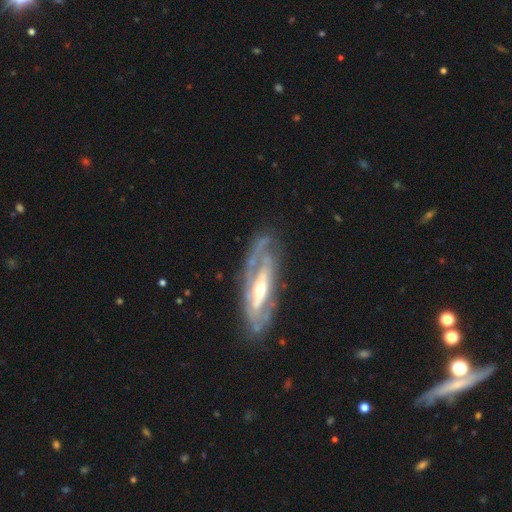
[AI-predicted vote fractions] Smooth or featured: featured or disk — 84% (smooth — 11%)
Edge-on disk: no — 79% (yes — 21%)
Bar: no — 36% (weak — 32%)
Spiral arms: yes — 76% (no — 24%)
Spiral winding: tight — 52% (medium — 34%)
Spiral arm count: 2 — 49% (can't tell — 34%)
Bulge size: moderate — 61% (small — 32%)
Merging: none — 74% (minor disturbance — 16%)